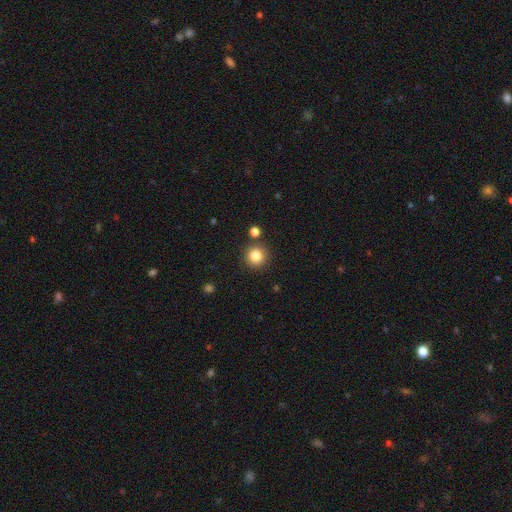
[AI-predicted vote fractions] Overall: smooth (83%). How rounded: round (93%). Merging: none (86%).